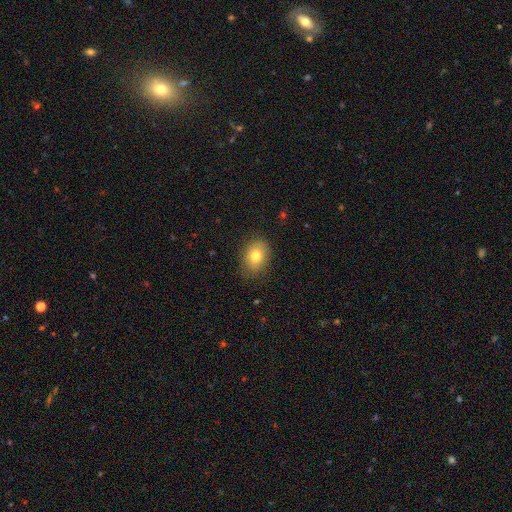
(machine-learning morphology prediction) type=smooth (79%); roundness=in between (69%); merging=none (82%).